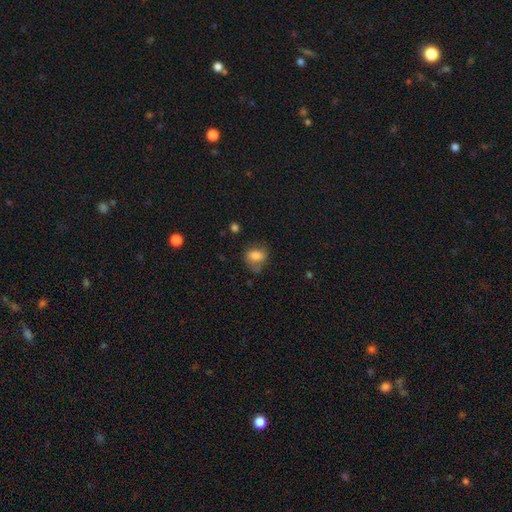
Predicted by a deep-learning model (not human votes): Smooth or featured?
  - smooth: 74% *
  - featured or disk: 16%
  - star or artifact: 10%
How rounded?
  - in between: 58% *
  - round: 41%
  - cigar-shaped: 2%
Merging?
  - none: 55% *
  - minor disturbance: 28%
  - major disturbance: 12%
  - merger: 4%